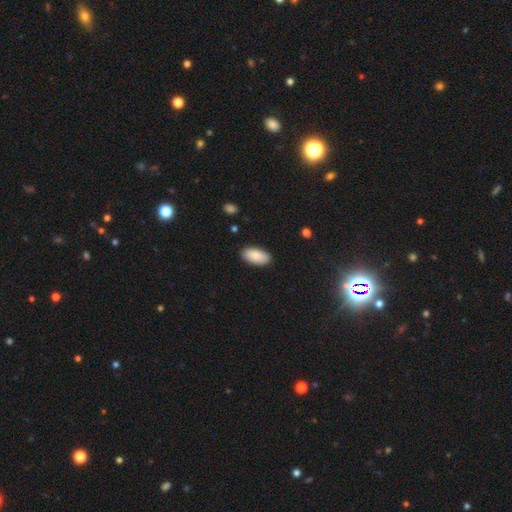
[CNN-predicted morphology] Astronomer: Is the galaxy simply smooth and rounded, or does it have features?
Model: smooth — 87%.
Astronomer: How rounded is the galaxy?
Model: in between — 94%.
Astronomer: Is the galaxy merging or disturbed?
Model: none — 88%.